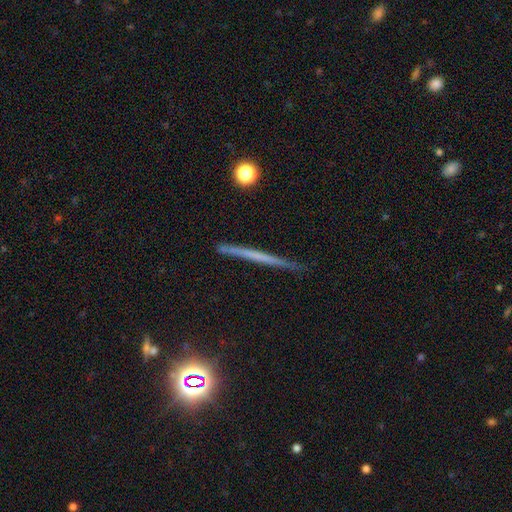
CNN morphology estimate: featured or disk 51%, smooth 38%, star or artifact 11%. Down the decision tree: edge-on disk — yes (97%); merging — none (87%).